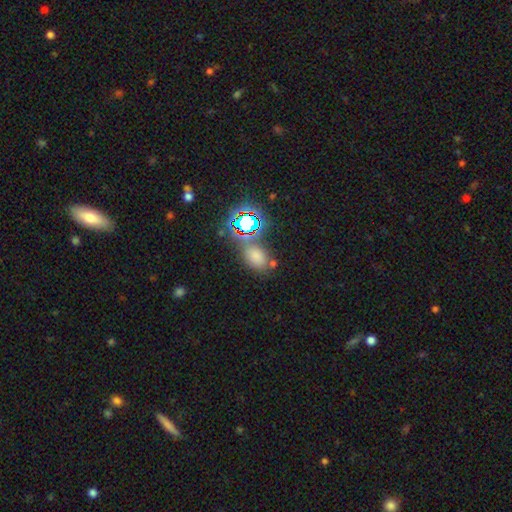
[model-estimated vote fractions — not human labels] Smooth or featured? Predicted: smooth (p=0.62). How rounded? Predicted: in between (p=0.80). Merging? Predicted: none (p=0.68).